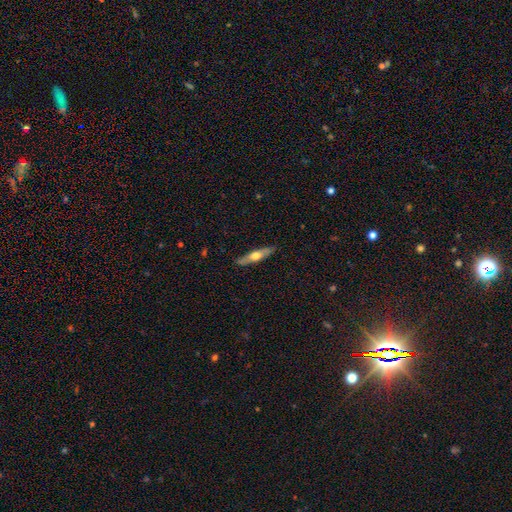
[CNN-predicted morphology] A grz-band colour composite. It shows a featured or disk galaxy (50%) viewed edge-on (86%). Merging: none (88%).